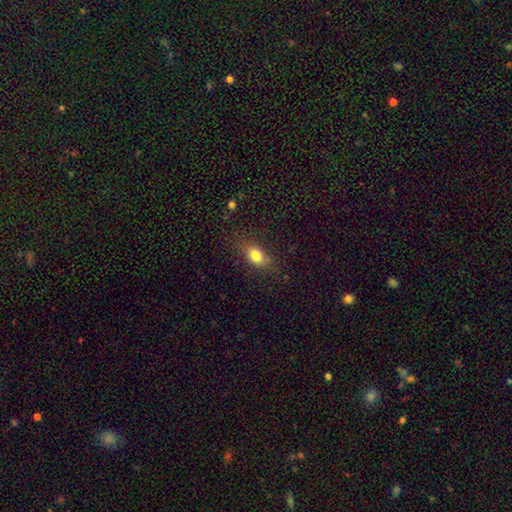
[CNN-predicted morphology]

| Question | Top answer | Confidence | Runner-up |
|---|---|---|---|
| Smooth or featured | smooth | 80% | star or artifact (10%) |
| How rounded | in between | 72% | round (24%) |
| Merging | none | 77% | minor disturbance (16%) |